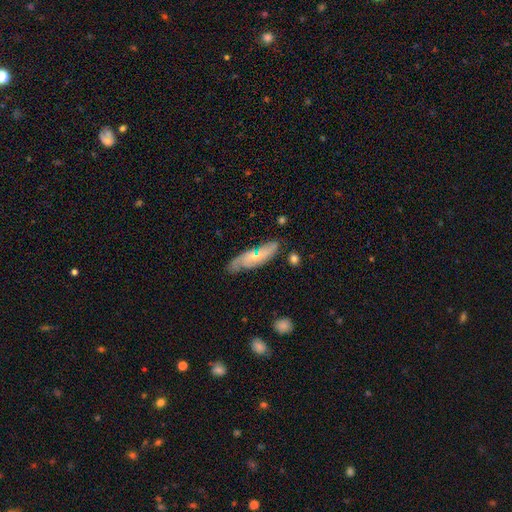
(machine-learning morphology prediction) Smooth or featured?
  - featured or disk: 52% *
  - smooth: 41%
  - star or artifact: 6%
Edge-on disk?
  - no: 75% *
  - yes: 25%
Merging?
  - none: 65% *
  - minor disturbance: 24%
  - major disturbance: 7%
  - merger: 5%